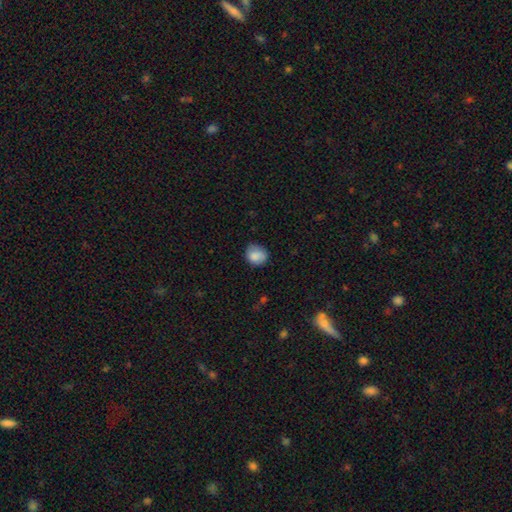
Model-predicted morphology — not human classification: Q: Smooth or featured?
A: smooth (85%); runner-up: star or artifact (8%)
Q: How rounded?
A: round (73%); runner-up: in between (26%)
Q: Merging?
A: none (72%); runner-up: minor disturbance (22%)